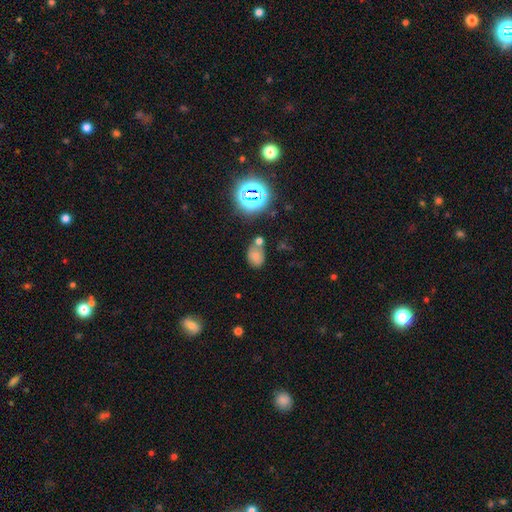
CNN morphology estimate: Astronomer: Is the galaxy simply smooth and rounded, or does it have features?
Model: smooth — 63%.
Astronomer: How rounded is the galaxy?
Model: in between — 72%.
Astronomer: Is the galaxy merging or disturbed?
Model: none — 52%.